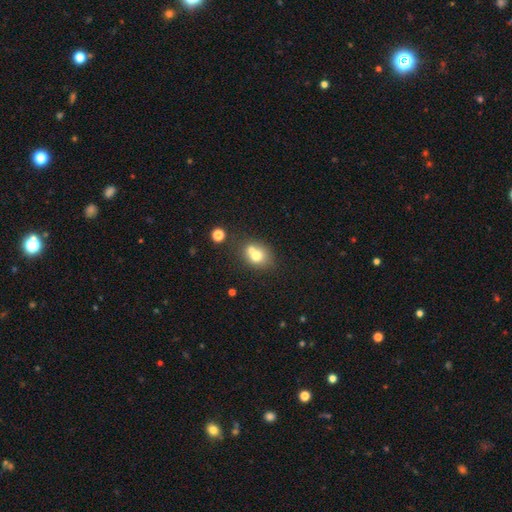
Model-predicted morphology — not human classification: smooth_or_featured: smooth (p=0.70) [alt: featured or disk p=0.19]
how_rounded: round (p=0.56) [alt: in between p=0.43]
merging: merger (p=0.43) [alt: none p=0.42]